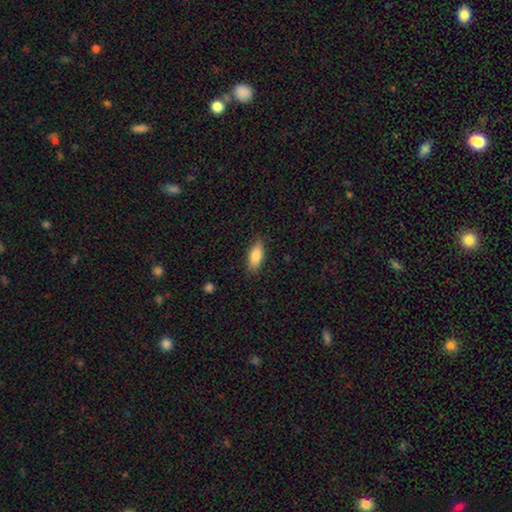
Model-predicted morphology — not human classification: This is clearly a smooth galaxy (84%). How rounded: clearly in between (82%). Merging: clearly none (86%).